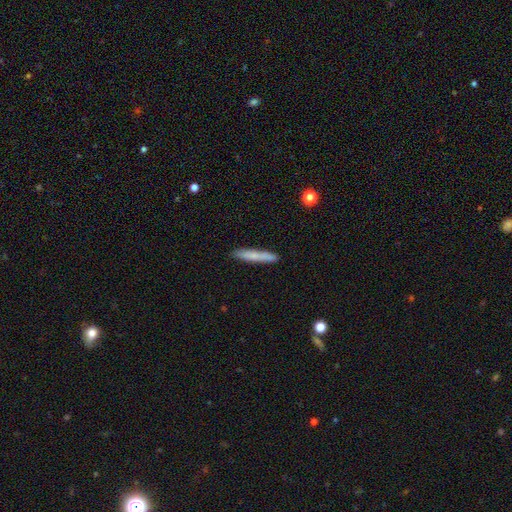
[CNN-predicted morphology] A smooth galaxy with no disk features (71%) that is cigar-shaped (94%).

Vote fractions:
- Smooth or featured? smooth: 71% / featured or disk: 22% / star or artifact: 6%
- How rounded? cigar-shaped: 94% / in between: 4% / round: 1%
- Merging? none: 88% / minor disturbance: 9% / major disturbance: 2% / merger: 1%